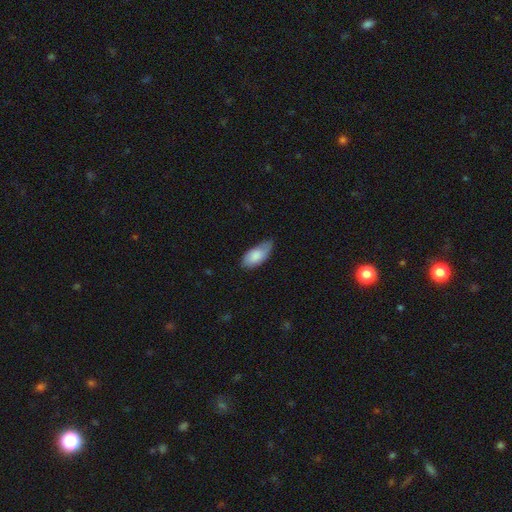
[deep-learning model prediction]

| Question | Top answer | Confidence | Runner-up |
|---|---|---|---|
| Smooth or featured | smooth | 82% | featured or disk (12%) |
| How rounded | in between | 91% | cigar-shaped (7%) |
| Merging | none | 56% | minor disturbance (36%) |